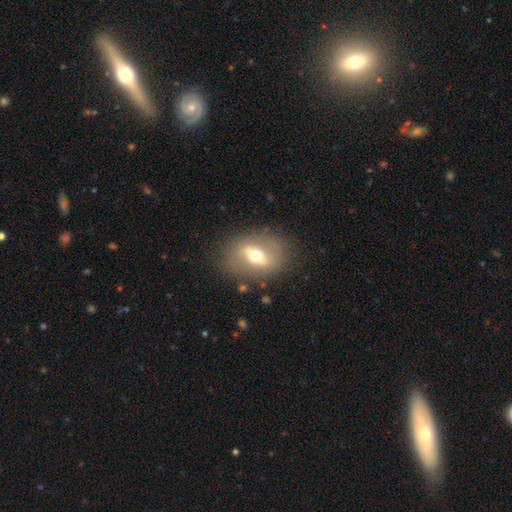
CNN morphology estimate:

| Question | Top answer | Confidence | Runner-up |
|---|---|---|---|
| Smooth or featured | featured or disk | 55% | smooth (37%) |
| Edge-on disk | no | 83% | yes (17%) |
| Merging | none | 81% | minor disturbance (12%) |